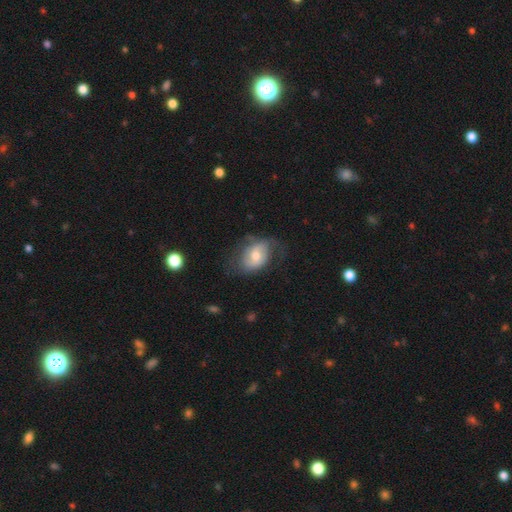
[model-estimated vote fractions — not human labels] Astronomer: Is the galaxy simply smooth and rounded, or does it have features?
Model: featured or disk — 48% (runner-up: smooth, 44%).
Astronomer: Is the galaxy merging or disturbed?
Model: none — 50% (runner-up: minor disturbance, 26%).